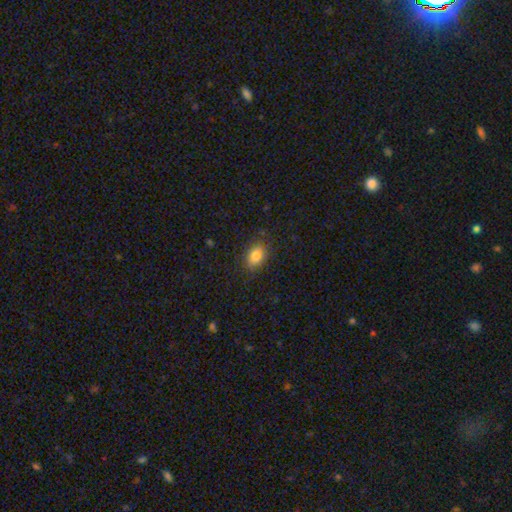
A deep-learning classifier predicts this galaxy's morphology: This appears to be a smooth galaxy with no disk features (82%) that is in between round and cigar-shaped (81%). Merging: none (83%).